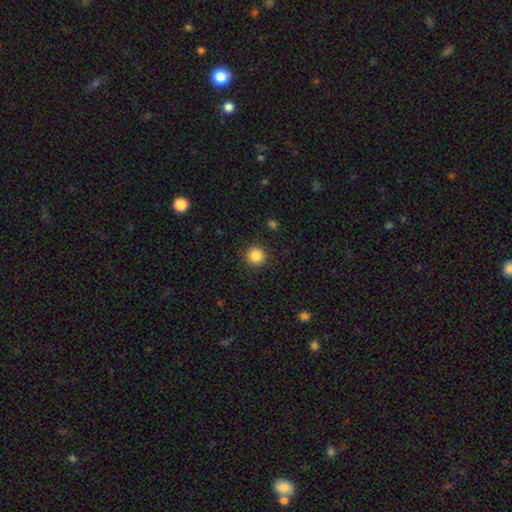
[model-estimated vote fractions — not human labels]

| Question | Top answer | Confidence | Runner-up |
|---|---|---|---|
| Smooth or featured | smooth | 86% | star or artifact (10%) |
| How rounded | round | 95% | in between (4%) |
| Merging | none | 91% | minor disturbance (6%) |